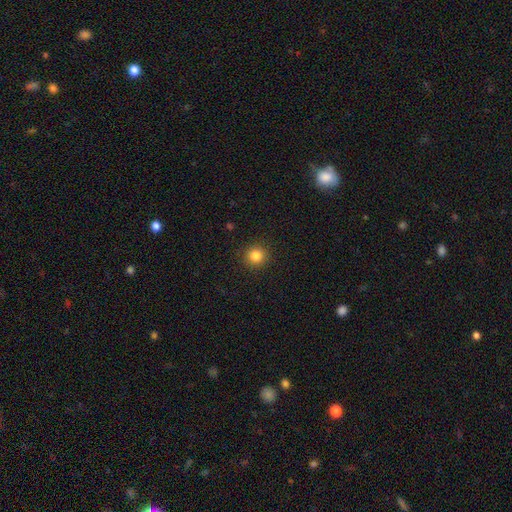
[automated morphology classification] Overall: smooth (84%). How rounded: round (93%). Merging: none (91%).